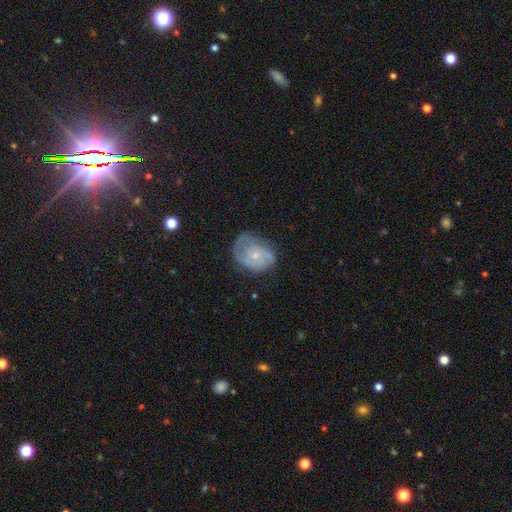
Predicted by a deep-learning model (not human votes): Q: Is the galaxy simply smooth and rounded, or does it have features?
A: featured or disk — 56%.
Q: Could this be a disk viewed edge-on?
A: no — 97%.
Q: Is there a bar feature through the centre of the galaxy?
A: no — 80%.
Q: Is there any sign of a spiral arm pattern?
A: yes — 69%.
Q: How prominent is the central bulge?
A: small — 69%.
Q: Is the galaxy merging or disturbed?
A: none — 46%.